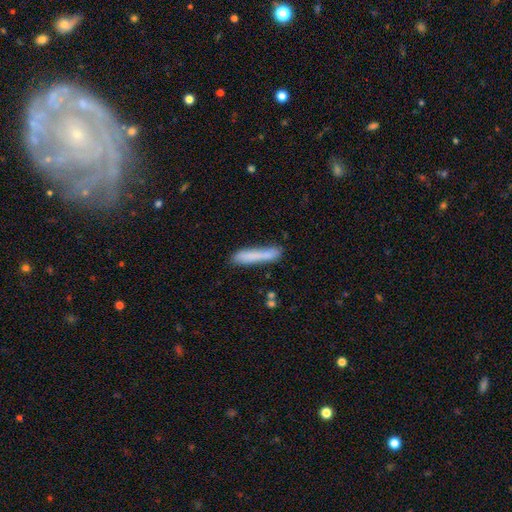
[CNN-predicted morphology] smooth_or_featured: smooth (p=0.76) [alt: featured or disk p=0.17]
how_rounded: cigar-shaped (p=0.92) [alt: in between p=0.06]
merging: none (p=0.73) [alt: minor disturbance p=0.18]